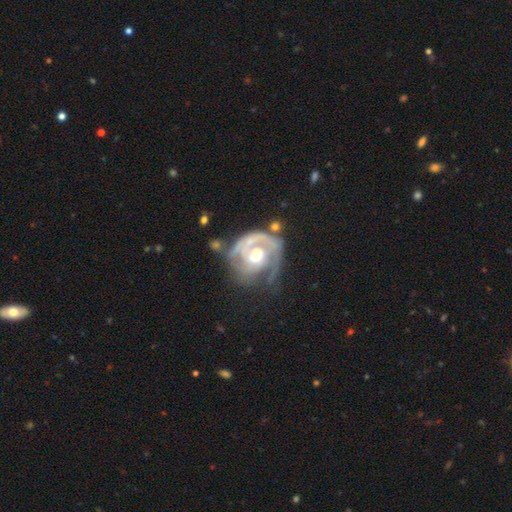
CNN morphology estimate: A featured or disk galaxy (81%) with no bar (73%), 1 (36%) tight (58%) spiral arms (82%) and a moderate central bulge (72%).

Vote fractions:
- Smooth or featured? featured or disk: 81% / smooth: 14% / star or artifact: 5%
- Edge-on disk? no: 98% / yes: 2%
- Bar? no: 73% / weak: 22% / strong: 6%
- Spiral arms? yes: 82% / no: 18%
- Spiral winding? tight: 58% / medium: 29% / loose: 13%
- Spiral arm count? 1: 36% / 2: 26% / can't tell: 23% / 3: 9% / 4: 3% / more than 4: 3%
- Bulge size? moderate: 72% / small: 13% / large: 12% / none: 1% / dominant: 1%
- Merging? none: 37% / major disturbance: 29% / minor disturbance: 24% / merger: 10%